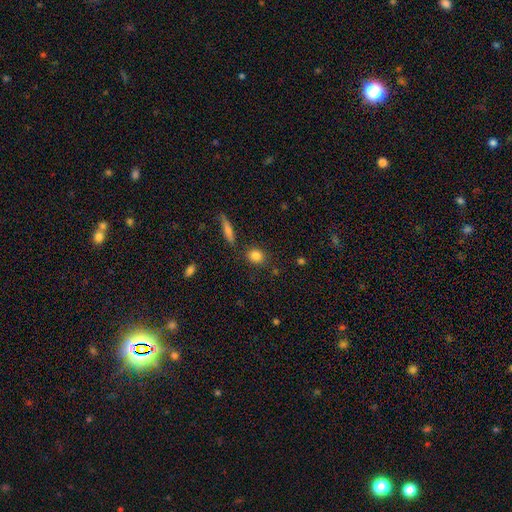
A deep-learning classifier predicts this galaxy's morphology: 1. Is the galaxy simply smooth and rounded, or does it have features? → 84% smooth, 10% star or artifact, 7% featured or disk.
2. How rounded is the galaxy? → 62% round, 34% in between, 4% cigar-shaped.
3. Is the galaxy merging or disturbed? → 82% none, 10% minor disturbance, 5% merger, 3% major disturbance.